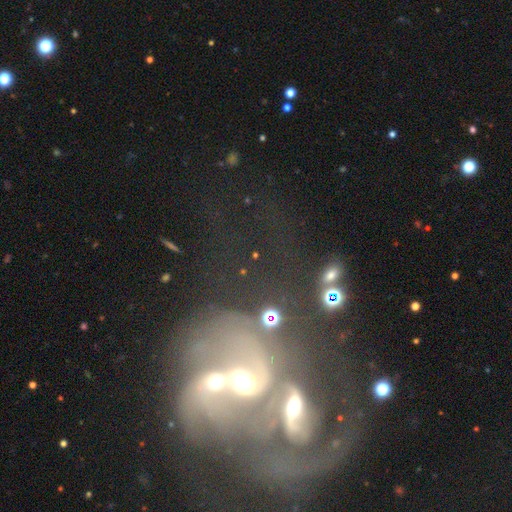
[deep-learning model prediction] Smooth or featured?
  - star or artifact: 45% *
  - smooth: 33%
  - featured or disk: 22%